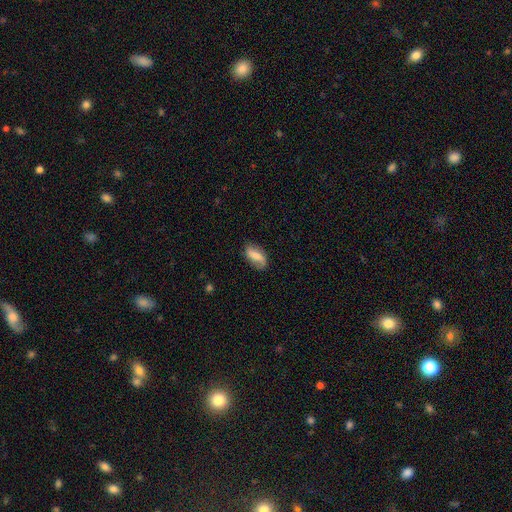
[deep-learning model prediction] Q: Smooth or featured?
A: smooth (61%); runner-up: featured or disk (32%)
Q: How rounded?
A: in between (87%); runner-up: cigar-shaped (9%)
Q: Merging?
A: none (76%); runner-up: minor disturbance (18%)